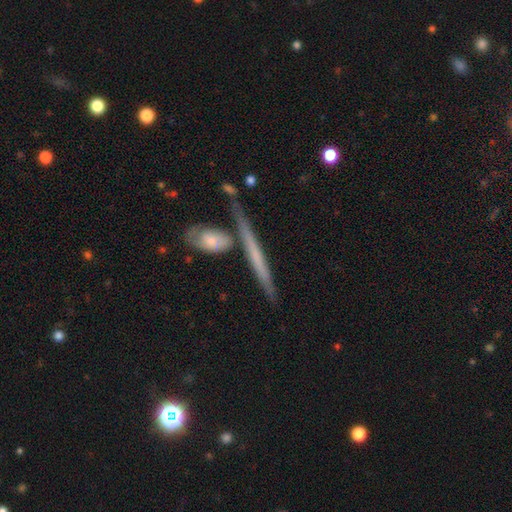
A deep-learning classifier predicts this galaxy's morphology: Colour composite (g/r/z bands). It shows a featured or disk galaxy (55%) viewed edge-on (91%). Merging: none (70%).